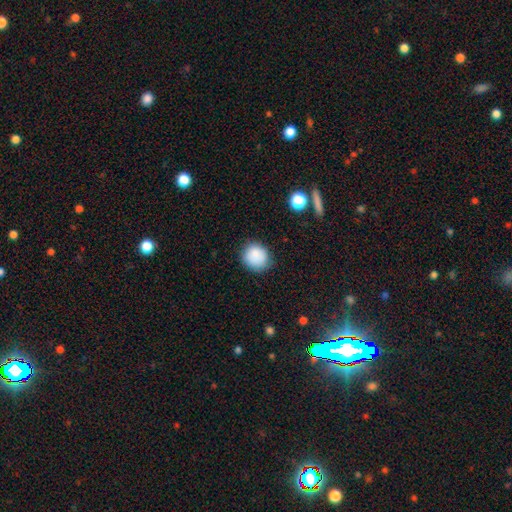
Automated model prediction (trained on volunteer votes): Smooth or featured: smooth — 86% (star or artifact — 9%)
How rounded: round — 84% (in between — 15%)
Merging: none — 82% (minor disturbance — 14%)